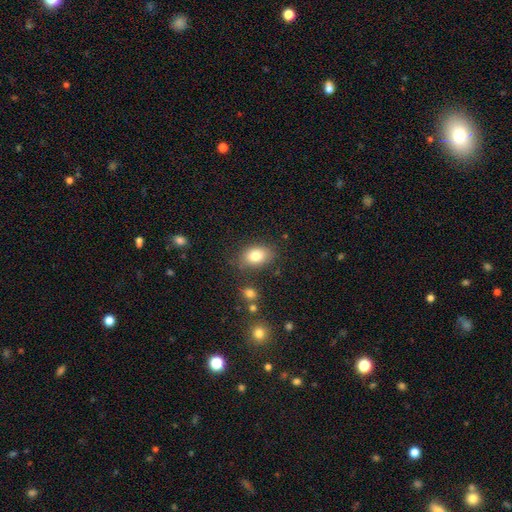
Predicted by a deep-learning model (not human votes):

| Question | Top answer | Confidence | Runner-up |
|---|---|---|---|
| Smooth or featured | smooth | 81% | featured or disk (10%) |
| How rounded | in between | 78% | round (21%) |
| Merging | none | 80% | minor disturbance (13%) |